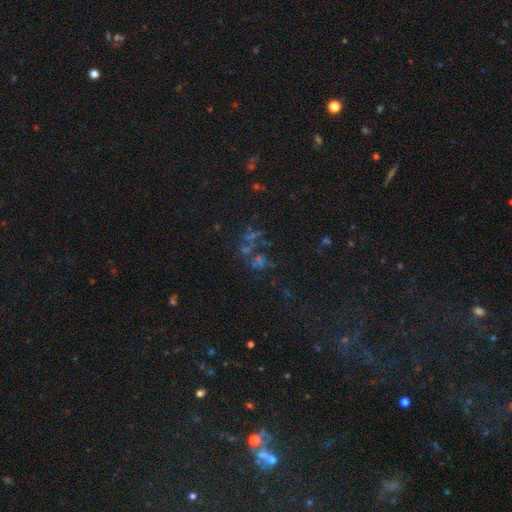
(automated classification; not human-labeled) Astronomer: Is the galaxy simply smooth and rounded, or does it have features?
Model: star or artifact — 56%.